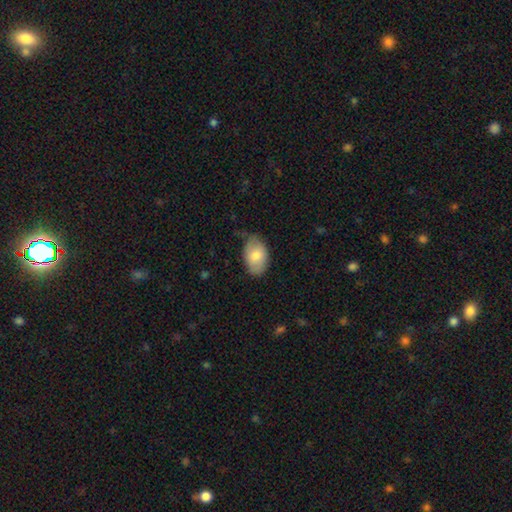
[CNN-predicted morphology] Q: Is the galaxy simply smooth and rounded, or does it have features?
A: smooth — 78%.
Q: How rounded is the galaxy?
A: in between — 89%.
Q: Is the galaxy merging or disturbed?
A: none — 55%.